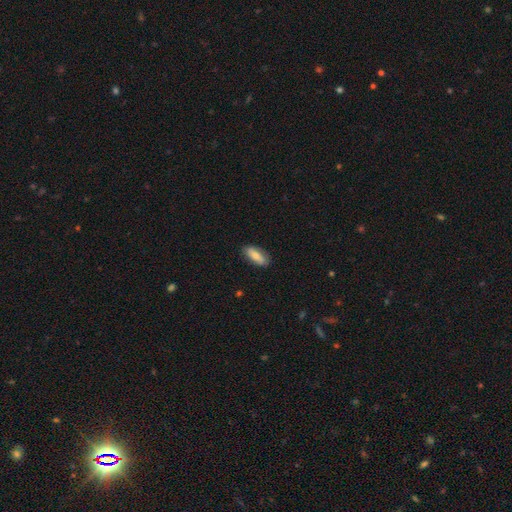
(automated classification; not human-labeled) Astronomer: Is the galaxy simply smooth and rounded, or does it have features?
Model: smooth — 74%.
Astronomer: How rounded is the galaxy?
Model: in between — 75%.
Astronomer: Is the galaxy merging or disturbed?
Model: none — 85%.